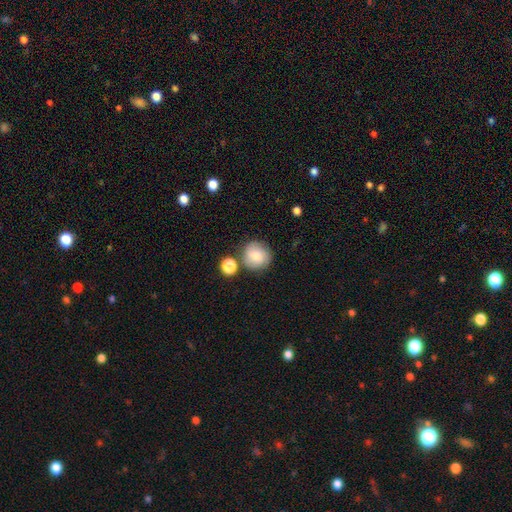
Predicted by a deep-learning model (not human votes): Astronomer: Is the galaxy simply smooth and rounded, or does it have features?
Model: smooth — 73%.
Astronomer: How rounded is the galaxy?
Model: round — 93%.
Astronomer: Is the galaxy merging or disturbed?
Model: none — 74%.